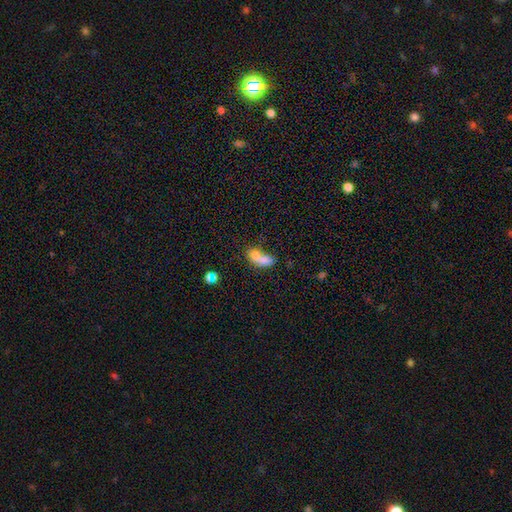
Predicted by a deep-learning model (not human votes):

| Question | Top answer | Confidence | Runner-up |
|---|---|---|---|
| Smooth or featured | smooth | 70% | featured or disk (18%) |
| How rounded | in between | 72% | round (17%) |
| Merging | merger | 64% | none (21%) |